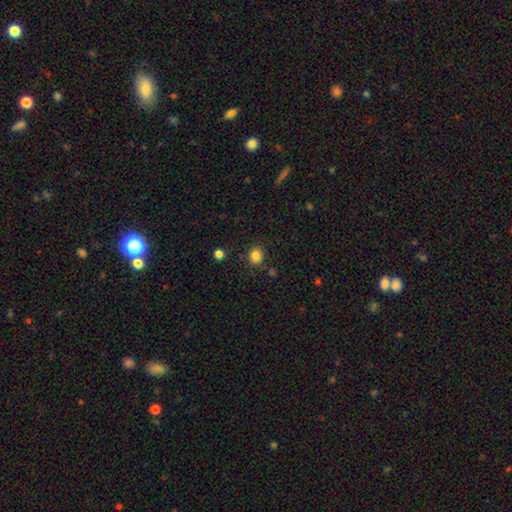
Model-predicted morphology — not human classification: Q: Smooth or featured?
A: smooth (84%); runner-up: star or artifact (12%)
Q: How rounded?
A: round (81%); runner-up: in between (19%)
Q: Merging?
A: none (85%); runner-up: minor disturbance (9%)